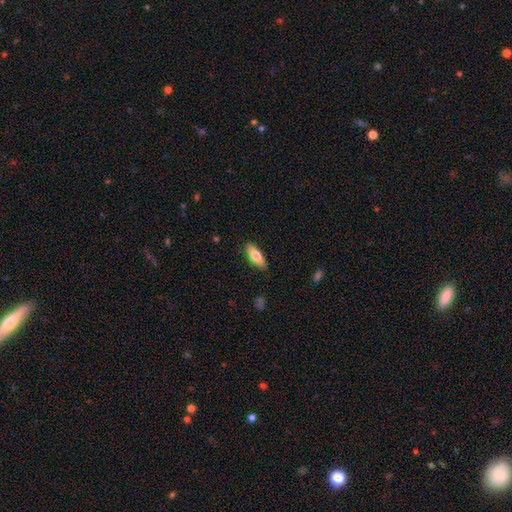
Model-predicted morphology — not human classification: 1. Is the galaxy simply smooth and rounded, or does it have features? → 71% smooth, 23% featured or disk, 6% star or artifact.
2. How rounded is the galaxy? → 67% in between, 31% cigar-shaped, 2% round.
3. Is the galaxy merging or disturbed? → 87% none, 10% minor disturbance, 2% major disturbance, 1% merger.